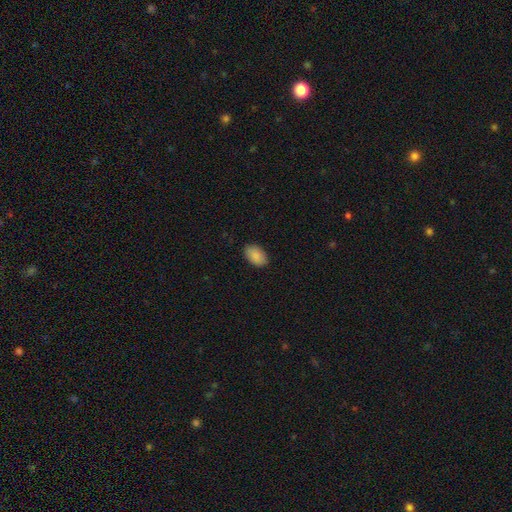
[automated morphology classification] smooth 90%, star or artifact 7%, featured or disk 4%. Down the decision tree: how rounded — in between (92%); merging — none (88%).